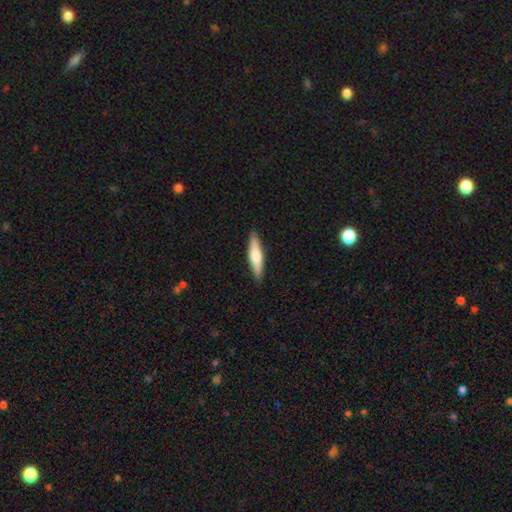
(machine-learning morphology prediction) This appears to be a smooth galaxy with no disk features (60%) that is cigar-shaped (80%). Merging: none (90%).